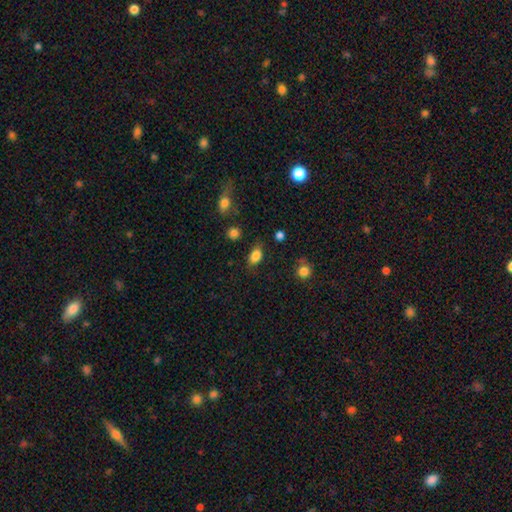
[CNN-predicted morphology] smooth_or_featured: smooth (p=0.84) [alt: star or artifact p=0.09]
how_rounded: in between (p=0.83) [alt: round p=0.14]
merging: none (p=0.72) [alt: minor disturbance p=0.20]